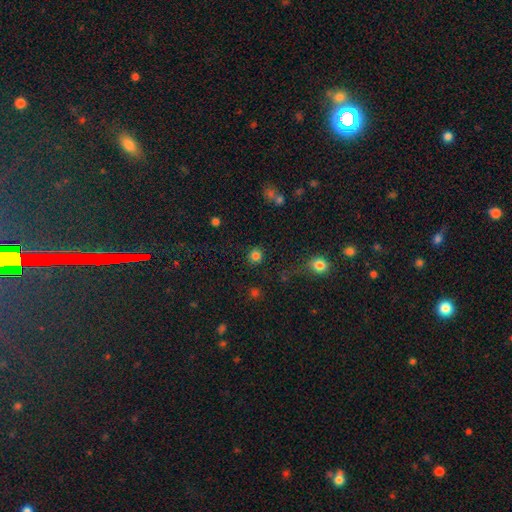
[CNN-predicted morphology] Overall: smooth (82%). How rounded: round (90%). Merging: none (87%).